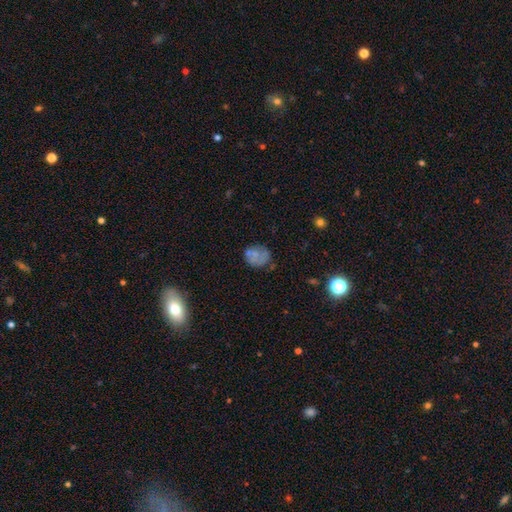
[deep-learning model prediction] Smooth or featured: smooth — 60% (featured or disk — 28%)
How rounded: round — 65% (in between — 34%)
Merging: none — 55% (minor disturbance — 25%)